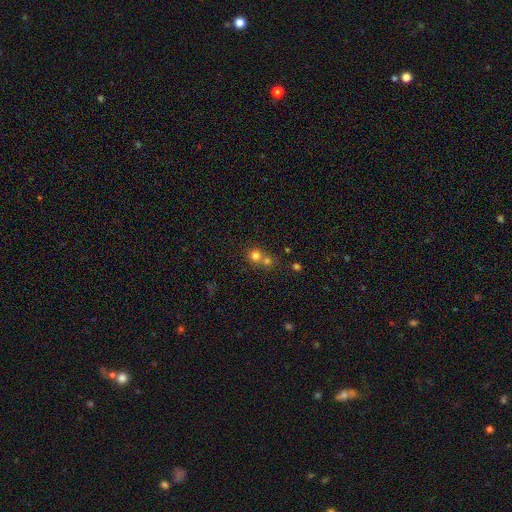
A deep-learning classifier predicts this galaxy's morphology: Smooth or featured? smooth (75%)
How rounded? round (86%)
Merging? merger (51%)